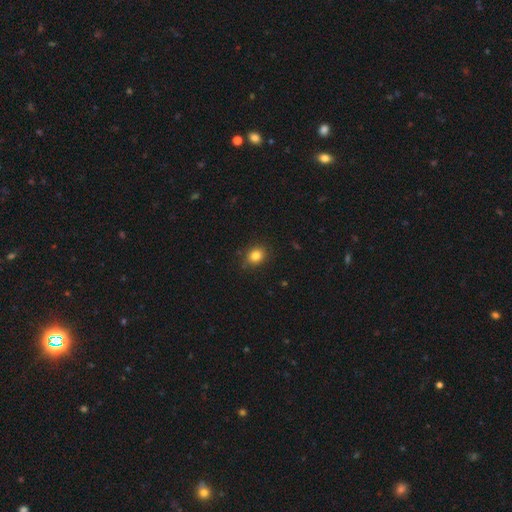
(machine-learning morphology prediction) Overall: smooth (83%). How rounded: round (63%; in between 36%). Merging: none (82%).